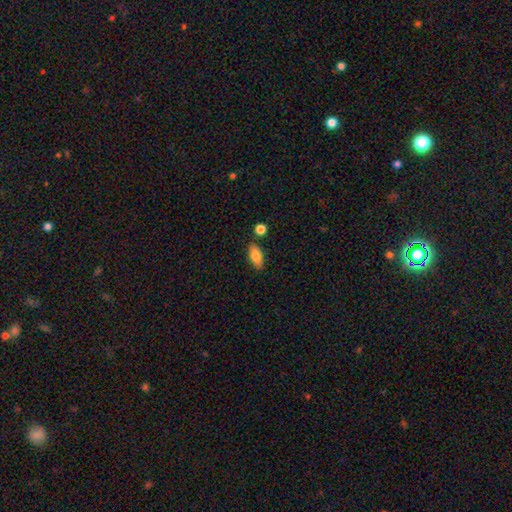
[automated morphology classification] A smooth galaxy with no disk features (77%) that is in between round and cigar-shaped (82%).

Vote fractions:
- Smooth or featured? smooth: 77% / featured or disk: 16% / star or artifact: 7%
- How rounded? in between: 82% / cigar-shaped: 14% / round: 4%
- Merging? none: 83% / minor disturbance: 10% / merger: 5% / major disturbance: 2%